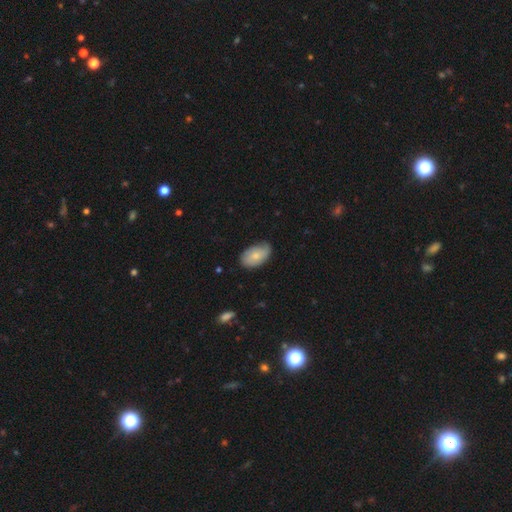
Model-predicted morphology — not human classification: Smooth or featured: smooth — 69% (featured or disk — 25%)
How rounded: in between — 93% (round — 6%)
Merging: none — 68% (minor disturbance — 26%)